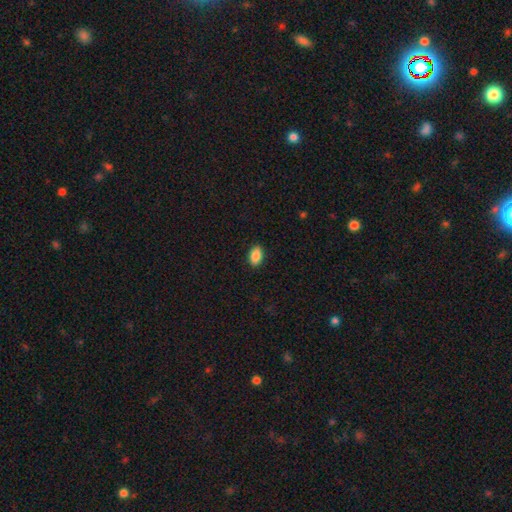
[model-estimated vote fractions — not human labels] This appears to be a smooth galaxy with no disk features (88%) that is in between round and cigar-shaped (91%). Merging: none (89%).